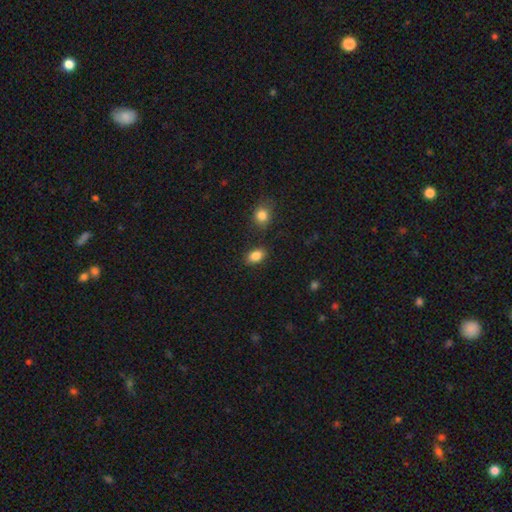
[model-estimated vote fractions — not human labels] Smooth or featured: smooth — 86% (star or artifact — 9%)
How rounded: in between — 85% (round — 13%)
Merging: none — 83% (minor disturbance — 11%)